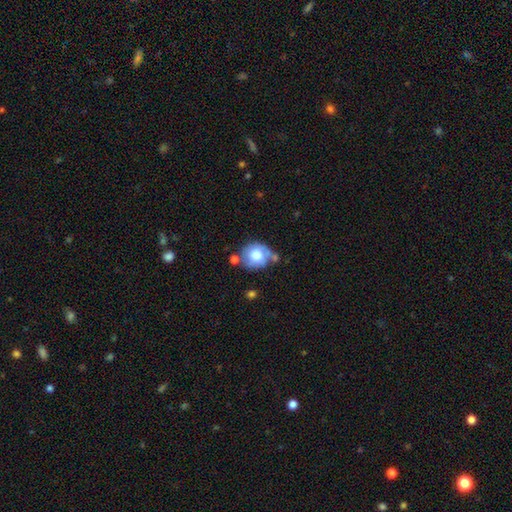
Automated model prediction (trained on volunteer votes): Q: Smooth or featured?
A: smooth (61%); runner-up: featured or disk (31%)
Q: How rounded?
A: round (73%); runner-up: in between (26%)
Q: Merging?
A: none (48%); runner-up: minor disturbance (26%)